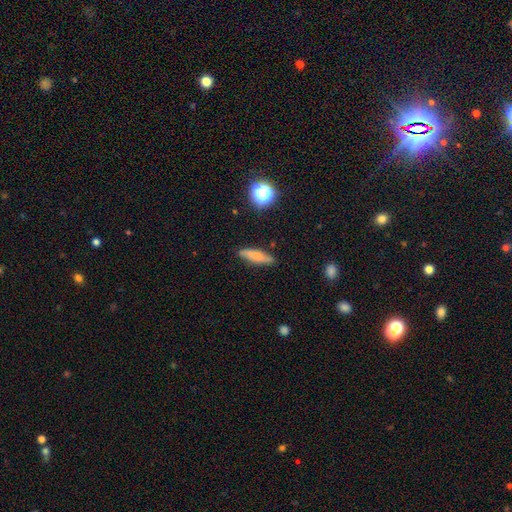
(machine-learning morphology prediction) smooth 69%, featured or disk 22%, star or artifact 9%. Down the decision tree: how rounded — cigar-shaped (67%); merging — none (83%).